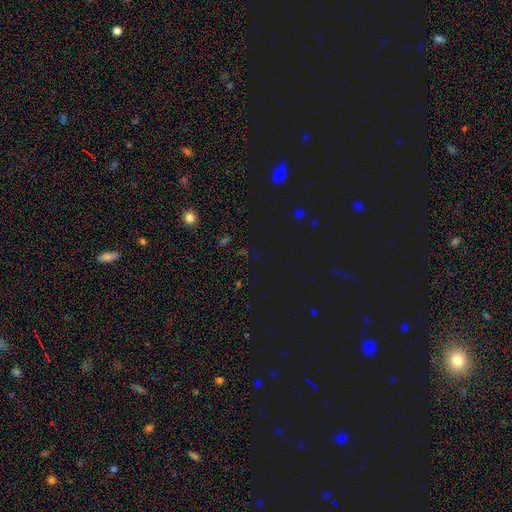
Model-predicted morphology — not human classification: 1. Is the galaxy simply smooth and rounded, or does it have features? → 70% star or artifact, 23% smooth, 7% featured or disk.